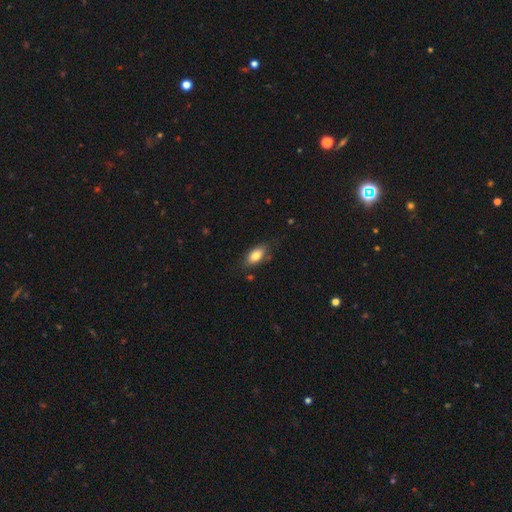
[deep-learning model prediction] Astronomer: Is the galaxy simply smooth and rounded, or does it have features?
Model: smooth — 80%.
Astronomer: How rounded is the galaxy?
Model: in between — 89%.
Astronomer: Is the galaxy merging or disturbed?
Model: none — 78%.